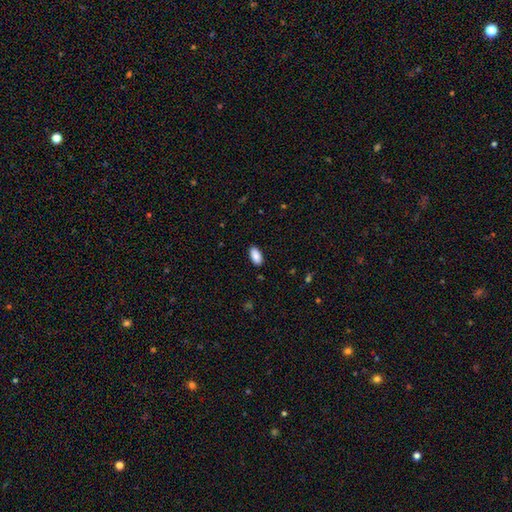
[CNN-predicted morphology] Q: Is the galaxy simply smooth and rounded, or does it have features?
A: smooth — 89%.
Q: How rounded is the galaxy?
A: in between — 94%.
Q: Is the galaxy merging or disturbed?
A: none — 88%.